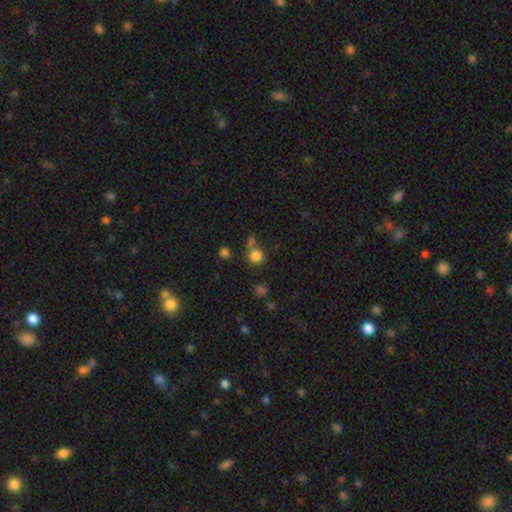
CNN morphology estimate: Smooth or featured? Predicted: smooth (p=0.80). How rounded? Predicted: round (p=0.89). Merging? Predicted: none (p=0.62).